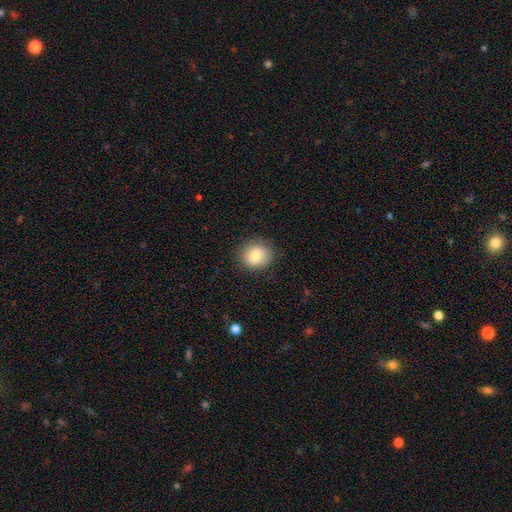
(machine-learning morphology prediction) Smooth or featured: smooth — 83% (star or artifact — 9%)
How rounded: round — 82% (in between — 18%)
Merging: none — 87% (minor disturbance — 9%)